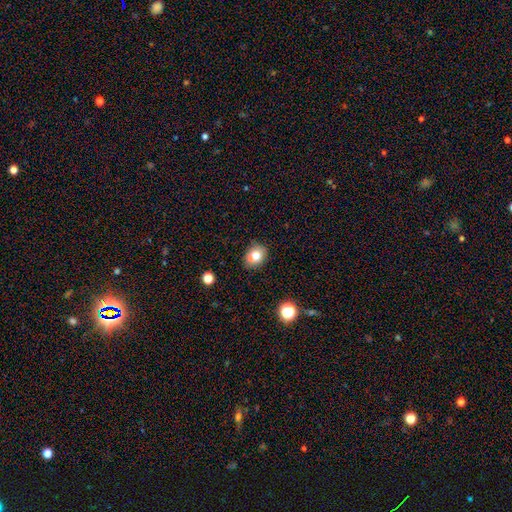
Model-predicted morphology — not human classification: type=smooth (76%); roundness=round (51%); merging=none (66%).